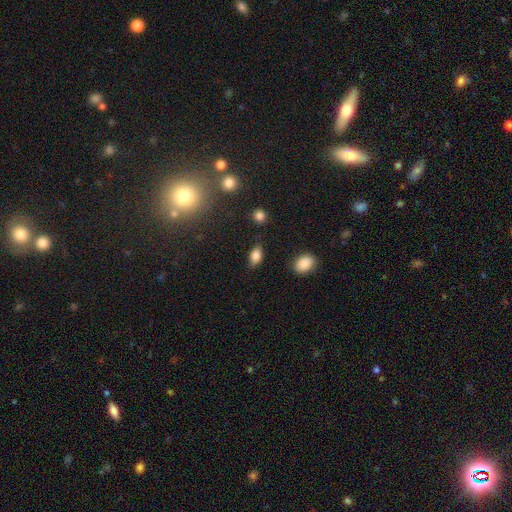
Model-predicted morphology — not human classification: Smooth or featured: smooth — 83% (star or artifact — 9%)
How rounded: in between — 89% (round — 7%)
Merging: none — 79% (minor disturbance — 16%)